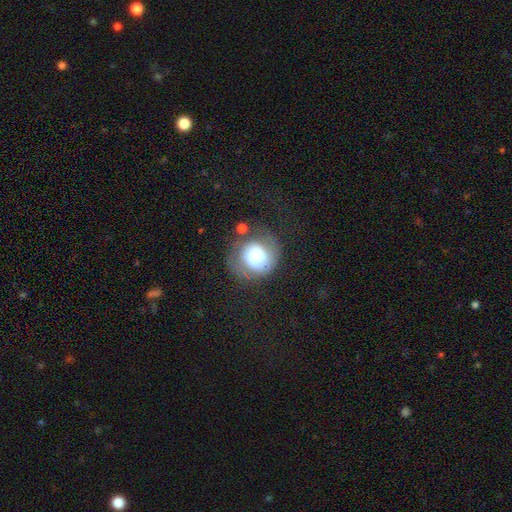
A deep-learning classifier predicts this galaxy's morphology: A featured or disk galaxy (48%). Merging: none (50%).